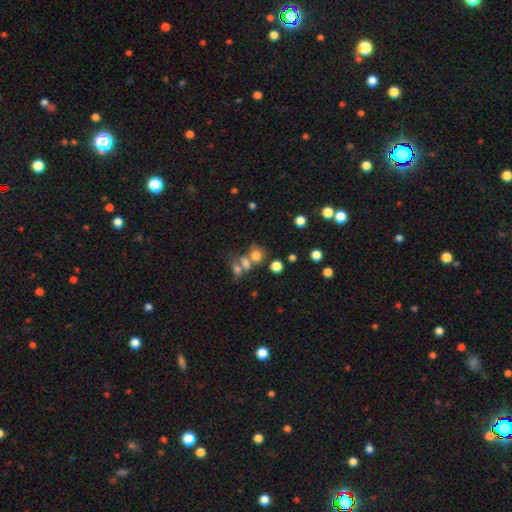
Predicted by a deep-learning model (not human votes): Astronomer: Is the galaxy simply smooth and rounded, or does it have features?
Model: smooth — 71%.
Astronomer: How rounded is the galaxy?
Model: round — 64%.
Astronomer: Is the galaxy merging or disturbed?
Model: none — 44% (runner-up: merger, 38%).